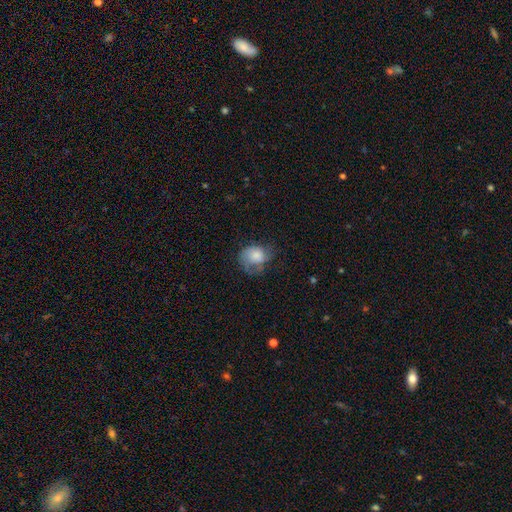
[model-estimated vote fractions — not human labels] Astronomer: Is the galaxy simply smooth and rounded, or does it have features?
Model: smooth — 67%.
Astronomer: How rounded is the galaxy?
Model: round — 53% (runner-up: in between, 46%).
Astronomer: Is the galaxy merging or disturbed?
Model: none — 37% (runner-up: minor disturbance, 32%).